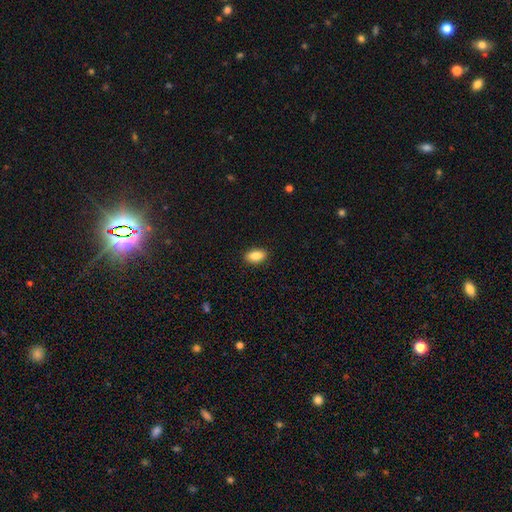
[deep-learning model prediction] This appears to be a smooth galaxy with no disk features (87%) that is in between round and cigar-shaped (91%). Merging: none (90%).